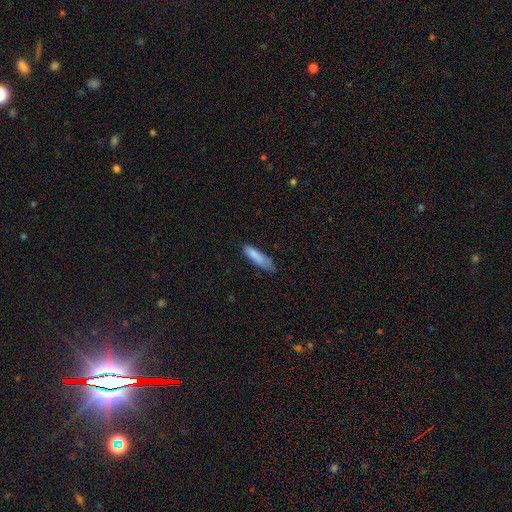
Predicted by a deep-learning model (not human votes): A smooth galaxy with no disk features (83%) that is cigar-shaped (63%).

Vote fractions:
- Smooth or featured? smooth: 83% / featured or disk: 10% / star or artifact: 7%
- How rounded? cigar-shaped: 63% / in between: 35% / round: 2%
- Merging? none: 51% / minor disturbance: 36% / major disturbance: 10% / merger: 3%